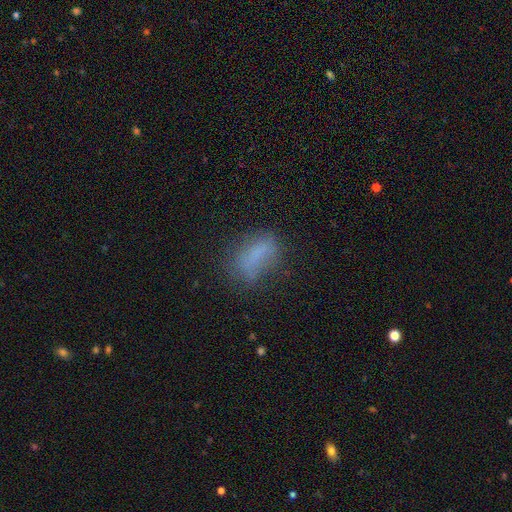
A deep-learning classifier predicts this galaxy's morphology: The model was most divided on "merging": none: 54%, minor disturbance: 26%, major disturbance: 17%, merger: 3%. More confident: how rounded — in between (76%); smooth or featured — smooth (67%).